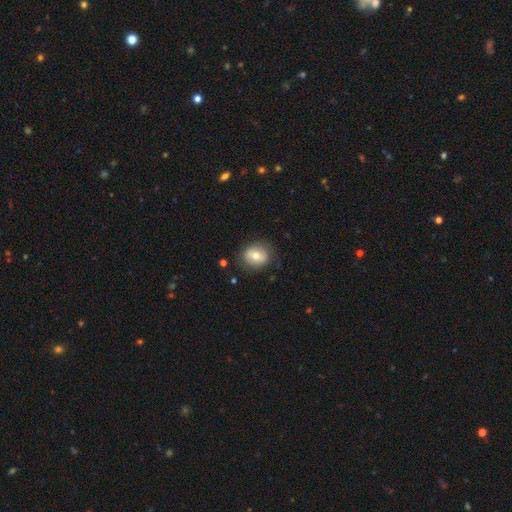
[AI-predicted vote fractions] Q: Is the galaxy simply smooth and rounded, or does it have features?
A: smooth — 66%.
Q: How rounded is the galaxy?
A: round — 66%.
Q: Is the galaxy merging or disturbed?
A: none — 78%.